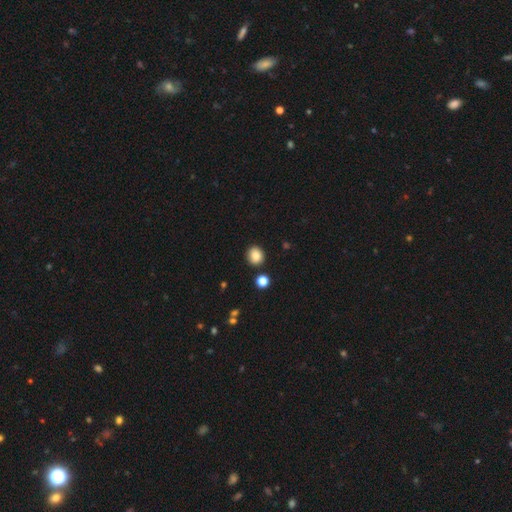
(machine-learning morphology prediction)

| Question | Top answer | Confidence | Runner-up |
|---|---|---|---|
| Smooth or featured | smooth | 86% | star or artifact (10%) |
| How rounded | round | 80% | in between (19%) |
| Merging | none | 86% | minor disturbance (8%) |